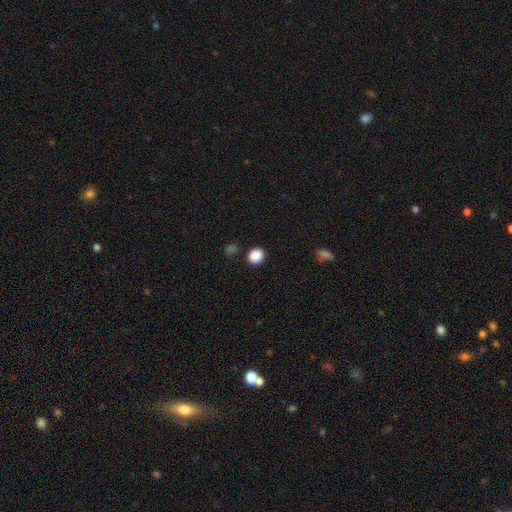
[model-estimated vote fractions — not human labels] A smooth galaxy with no disk features (88%) that is round (77%).

Vote fractions:
- Smooth or featured? smooth: 88% / star or artifact: 10% / featured or disk: 3%
- How rounded? round: 77% / in between: 22% / cigar-shaped: 1%
- Merging? none: 88% / minor disturbance: 7% / merger: 3% / major disturbance: 2%